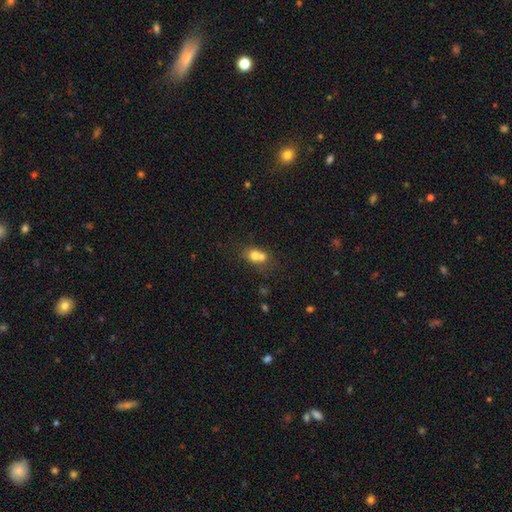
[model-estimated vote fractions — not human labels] Q: Smooth or featured?
A: smooth (70%); runner-up: featured or disk (18%)
Q: How rounded?
A: round (62%); runner-up: in between (36%)
Q: Merging?
A: merger (63%); runner-up: none (27%)